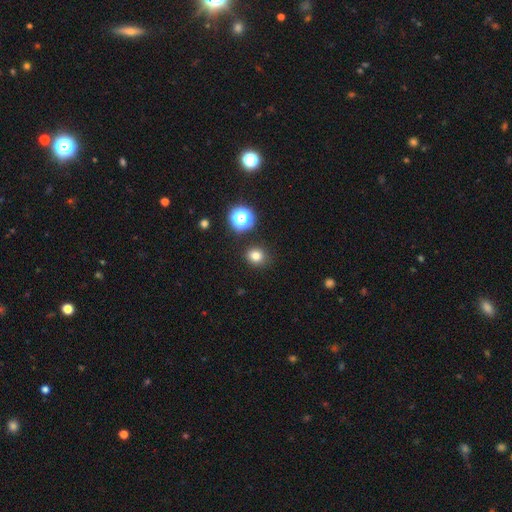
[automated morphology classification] This is likely a smooth galaxy (78%). How rounded: likely round (76%). Merging: clearly none (87%).